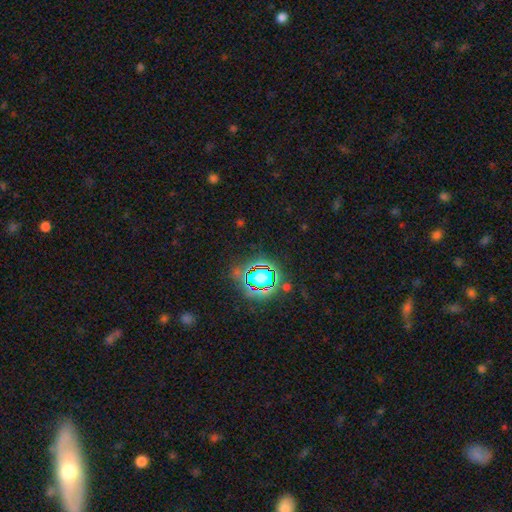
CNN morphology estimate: star or artifact 79%, smooth 13%, featured or disk 8%.